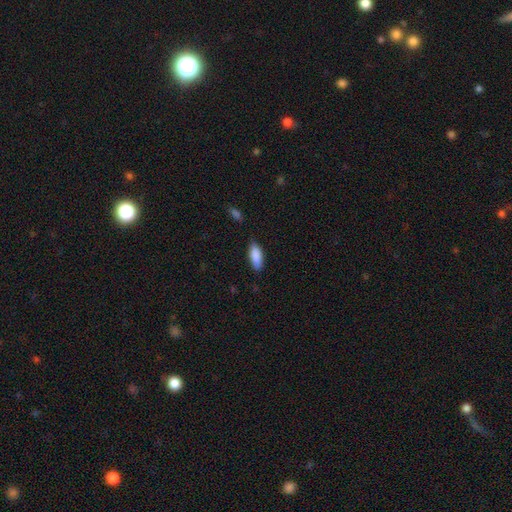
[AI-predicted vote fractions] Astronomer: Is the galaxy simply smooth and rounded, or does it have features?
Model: smooth — 89%.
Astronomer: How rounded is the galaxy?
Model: in between — 79%.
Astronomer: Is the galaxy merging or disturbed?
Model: none — 81%.